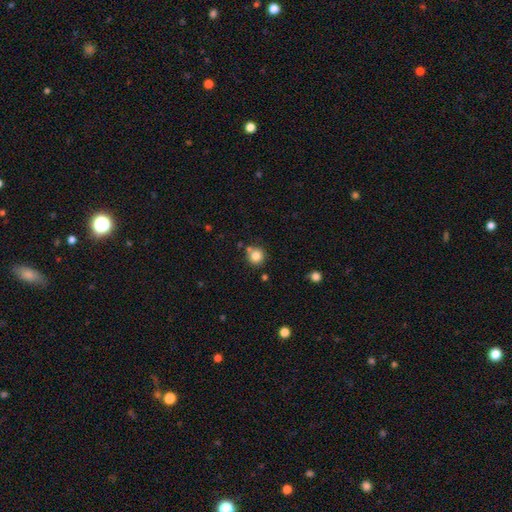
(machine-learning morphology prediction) Smooth or featured? smooth (83%)
How rounded? round (93%)
Merging? none (77%)